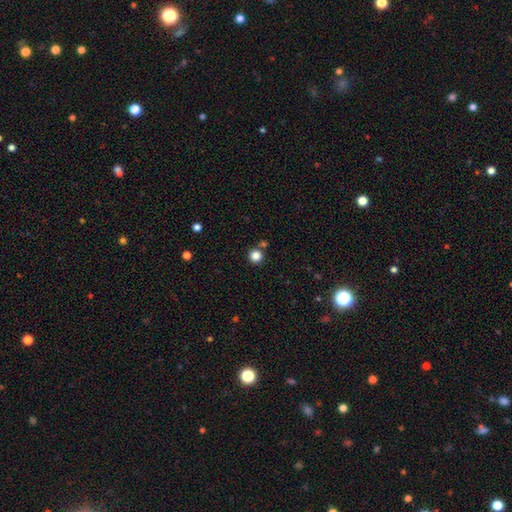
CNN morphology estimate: Overall: smooth (84%). How rounded: round (95%). Merging: none (82%).